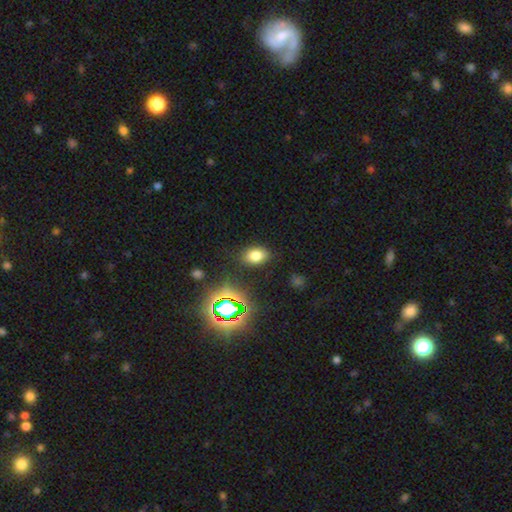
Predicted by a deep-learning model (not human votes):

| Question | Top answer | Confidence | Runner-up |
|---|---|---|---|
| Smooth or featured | smooth | 73% | star or artifact (18%) |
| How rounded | in between | 81% | round (18%) |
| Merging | none | 84% | minor disturbance (10%) |